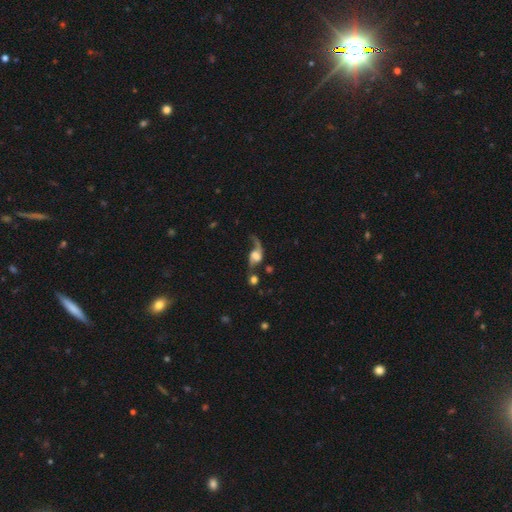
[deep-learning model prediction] Smooth or featured?
  - featured or disk: 72% *
  - smooth: 18%
  - star or artifact: 10%
Edge-on disk?
  - no: 93% *
  - yes: 7%
Bar?
  - no: 56% *
  - weak: 33%
  - strong: 11%
Spiral arms?
  - yes: 89% *
  - no: 11%
Spiral winding?
  - loose: 88% *
  - medium: 10%
  - tight: 3%
Spiral arm count?
  - 2: 73% *
  - 1: 22%
  - can't tell: 2%
  - 3: 1%
  - 4: 1%
  - more than 4: 1%
Bulge size?
  - large: 34% *
  - moderate: 25%
  - small: 15%
  - none: 15%
  - dominant: 11%
Merging?
  - none: 38% *
  - major disturbance: 30%
  - merger: 17%
  - minor disturbance: 16%